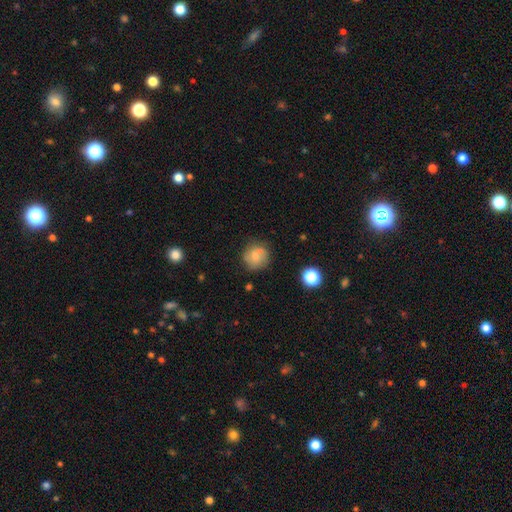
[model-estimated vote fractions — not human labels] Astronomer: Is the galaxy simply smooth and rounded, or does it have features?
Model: smooth — 65%.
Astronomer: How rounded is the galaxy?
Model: round — 87%.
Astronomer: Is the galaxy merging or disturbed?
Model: none — 65%.